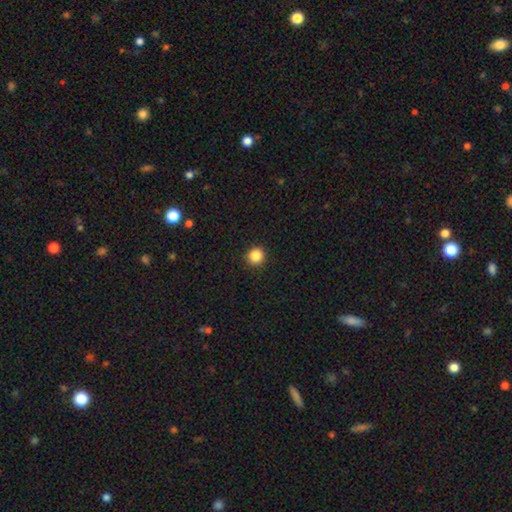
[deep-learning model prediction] Smooth or featured?
  - smooth: 87% *
  - star or artifact: 11%
  - featured or disk: 3%
How rounded?
  - round: 93% *
  - in between: 6%
  - cigar-shaped: 1%
Merging?
  - none: 92% *
  - minor disturbance: 5%
  - major disturbance: 2%
  - merger: 1%